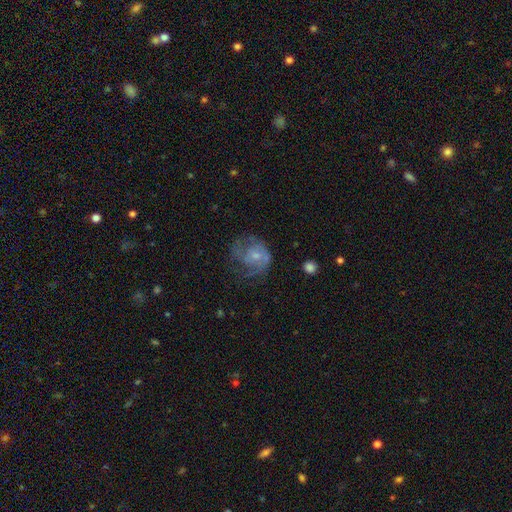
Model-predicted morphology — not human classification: Smooth or featured?
  - featured or disk: 58% *
  - smooth: 33%
  - star or artifact: 9%
Edge-on disk?
  - no: 98% *
  - yes: 2%
Bar?
  - no: 78% *
  - weak: 20%
  - strong: 3%
Spiral arms?
  - yes: 68% *
  - no: 32%
Bulge size?
  - small: 51% *
  - moderate: 36%
  - none: 8%
  - large: 3%
  - dominant: 1%
Merging?
  - none: 40% *
  - major disturbance: 34%
  - minor disturbance: 24%
  - merger: 3%